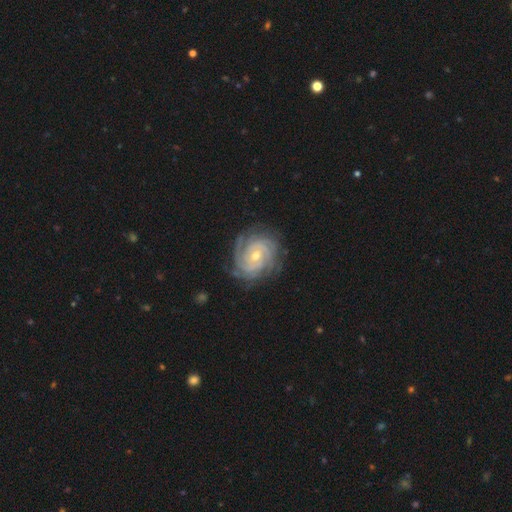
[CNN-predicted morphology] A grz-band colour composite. It shows a featured or disk galaxy (89%) with no bar (68%), tight (80%) spiral arms (98%) and a small central bulge (53%). Merging: none (79%).